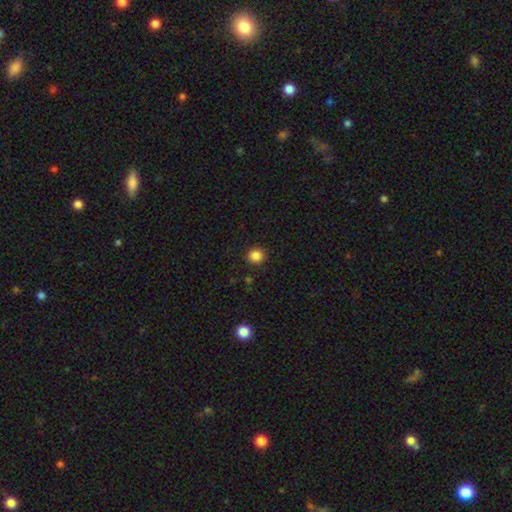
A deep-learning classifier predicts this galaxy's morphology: smooth_or_featured: smooth (p=0.86) [alt: star or artifact p=0.11]
how_rounded: round (p=0.90) [alt: in between p=0.09]
merging: none (p=0.91) [alt: minor disturbance p=0.06]